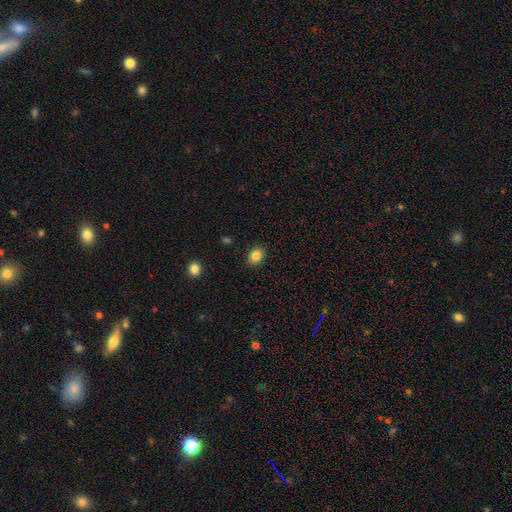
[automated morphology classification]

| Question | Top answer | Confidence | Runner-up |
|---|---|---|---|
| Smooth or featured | smooth | 84% | star or artifact (10%) |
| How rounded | round | 50% | tied: in between (50%) |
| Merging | none | 88% | minor disturbance (9%) |